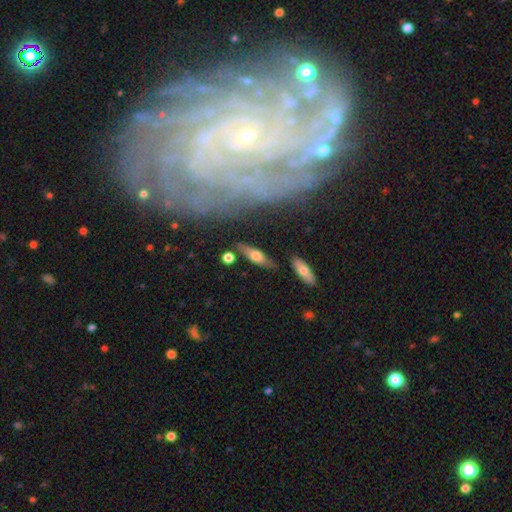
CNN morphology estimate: smooth-or-featured: smooth: 54% | featured or disk: 39% | star or artifact: 7%
  how-rounded: cigar-shaped: 49% | in between: 47% | round: 4%
  merging: none: 76% | minor disturbance: 15% | merger: 5% | major disturbance: 4%